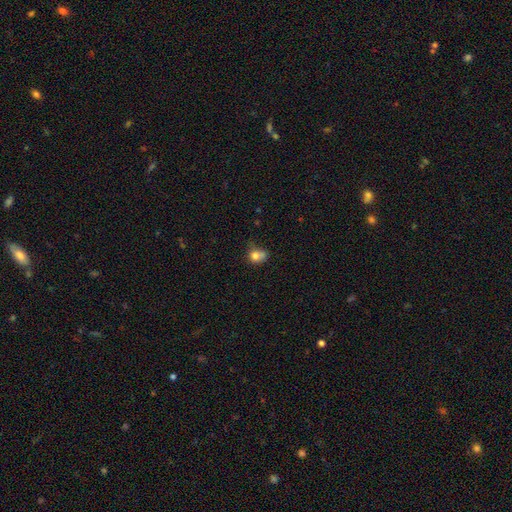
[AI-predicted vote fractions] smooth-or-featured: smooth: 77% | featured or disk: 12% | star or artifact: 11%
  how-rounded: round: 58% | in between: 41% | cigar-shaped: 1%
  merging: none: 34% | minor disturbance: 29% | merger: 21% | major disturbance: 16%